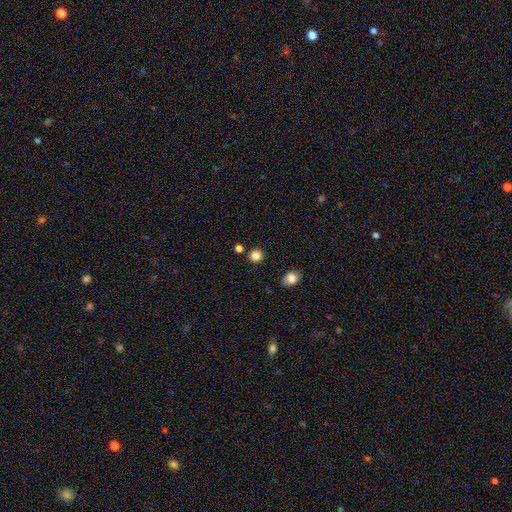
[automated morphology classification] Overall: smooth (83%). How rounded: round (91%). Merging: none (87%).